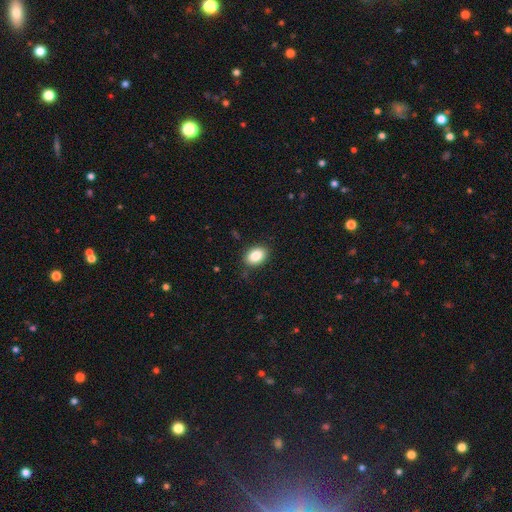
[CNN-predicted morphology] smooth-or-featured: smooth: 86% | star or artifact: 8% | featured or disk: 6%
  how-rounded: in between: 80% | round: 19% | cigar-shaped: 1%
  merging: none: 85% | minor disturbance: 11% | major disturbance: 3% | merger: 1%